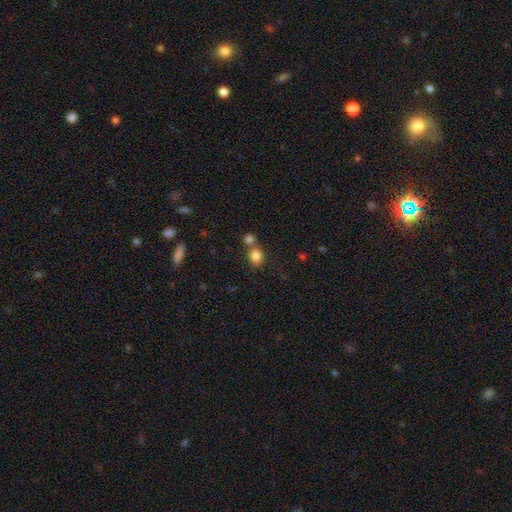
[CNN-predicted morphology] A smooth galaxy with no disk features (82%) that is round (57%).

Vote fractions:
- Smooth or featured? smooth: 82% / star or artifact: 11% / featured or disk: 7%
- How rounded? round: 57% / in between: 42% / cigar-shaped: 1%
- Merging? none: 51% / merger: 37% / minor disturbance: 9% / major disturbance: 3%